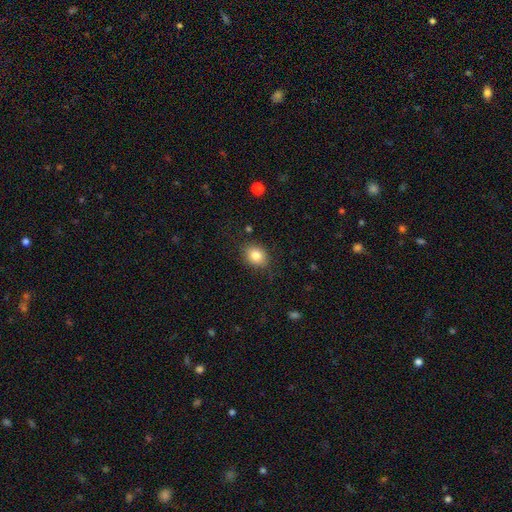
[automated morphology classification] smooth 82%, star or artifact 10%, featured or disk 8%. Down the decision tree: how rounded — in between (52%); merging — none (83%).